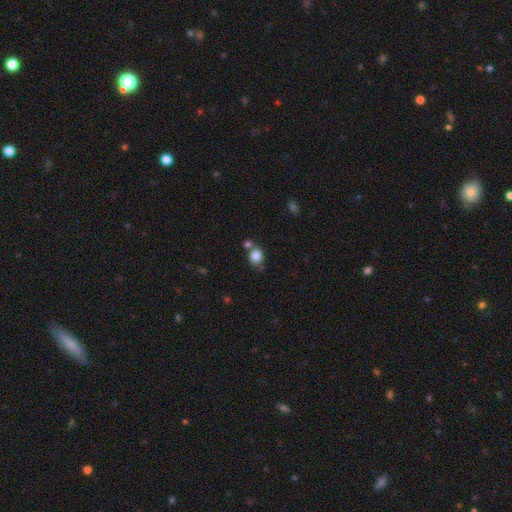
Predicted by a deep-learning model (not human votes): This is clearly a smooth galaxy (84%). How rounded: likely round (61%). Merging: likely none (61%).